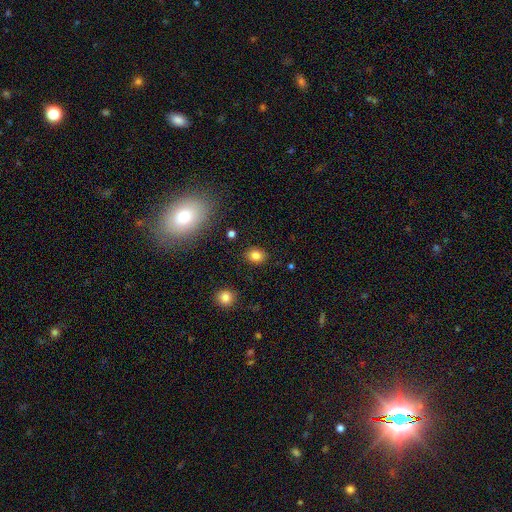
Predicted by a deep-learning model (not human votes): Q: Smooth or featured?
A: smooth (82%); runner-up: star or artifact (11%)
Q: How rounded?
A: in between (50%); runner-up: round (49%)
Q: Merging?
A: none (88%); runner-up: minor disturbance (8%)